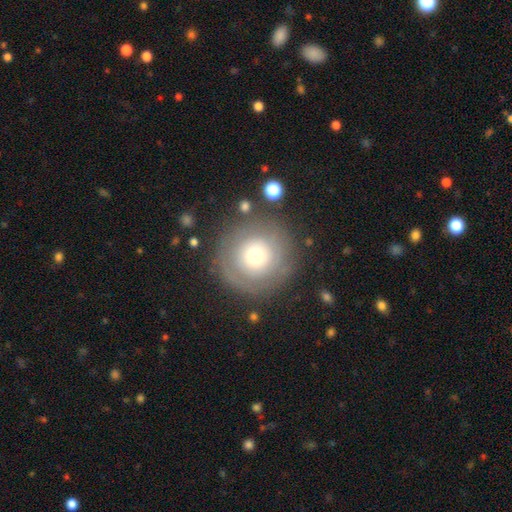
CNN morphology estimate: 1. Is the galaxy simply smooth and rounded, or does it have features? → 57% smooth, 33% featured or disk, 10% star or artifact.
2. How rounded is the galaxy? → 96% round, 3% in between, 1% cigar-shaped.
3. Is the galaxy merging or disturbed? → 81% none, 11% minor disturbance, 6% major disturbance, 2% merger.